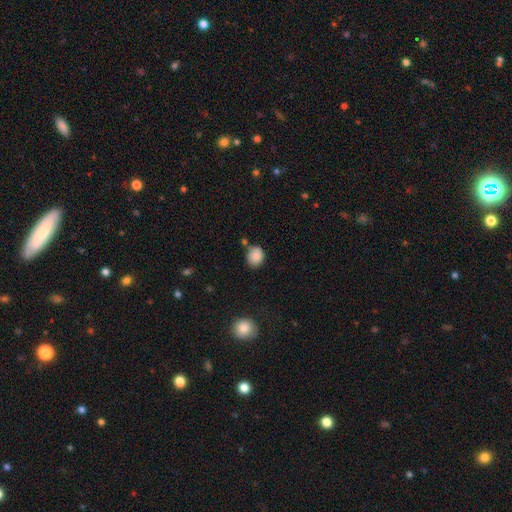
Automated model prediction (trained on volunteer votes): Q: Smooth or featured?
A: smooth (87%); runner-up: star or artifact (9%)
Q: How rounded?
A: round (63%); runner-up: in between (36%)
Q: Merging?
A: none (70%); runner-up: minor disturbance (17%)